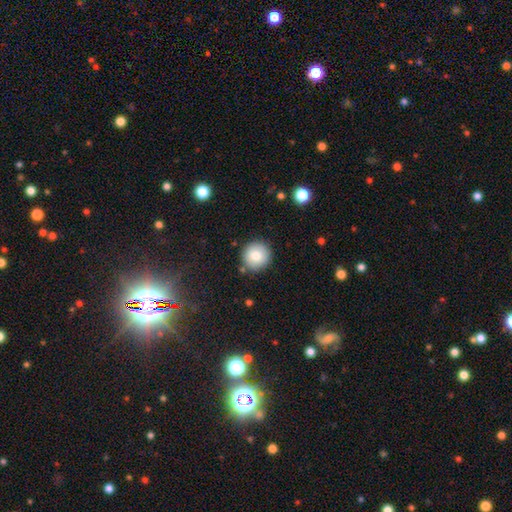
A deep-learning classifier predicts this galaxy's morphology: Smooth or featured? Predicted: smooth (p=0.80). How rounded? Predicted: round (p=0.95). Merging? Predicted: none (p=0.86).